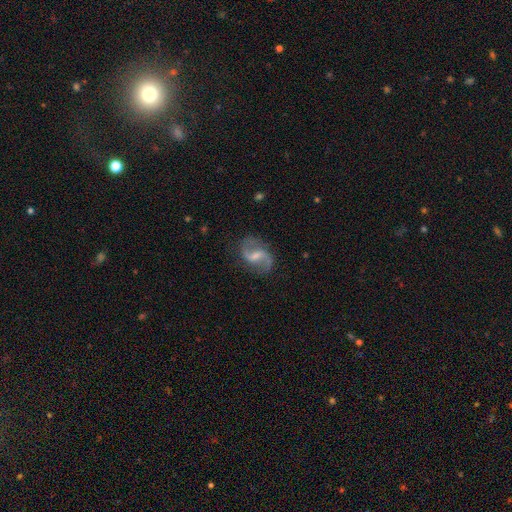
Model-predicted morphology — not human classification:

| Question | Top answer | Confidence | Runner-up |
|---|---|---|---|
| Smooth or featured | featured or disk | 88% | smooth (7%) |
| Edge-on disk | no | 98% | yes (2%) |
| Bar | weak | 56% | strong (25%) |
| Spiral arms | yes | 97% | no (3%) |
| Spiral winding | loose | 60% | medium (34%) |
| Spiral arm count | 2 | 93% | 1 (2%) |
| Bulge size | small | 40% | moderate (31%) |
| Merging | none | 79% | minor disturbance (13%) |